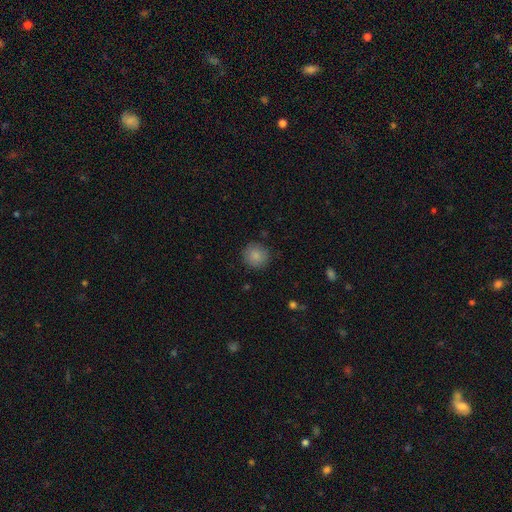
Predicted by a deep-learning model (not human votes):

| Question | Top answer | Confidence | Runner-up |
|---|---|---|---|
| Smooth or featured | smooth | 86% | star or artifact (9%) |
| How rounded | round | 91% | in between (8%) |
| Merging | none | 89% | minor disturbance (8%) |